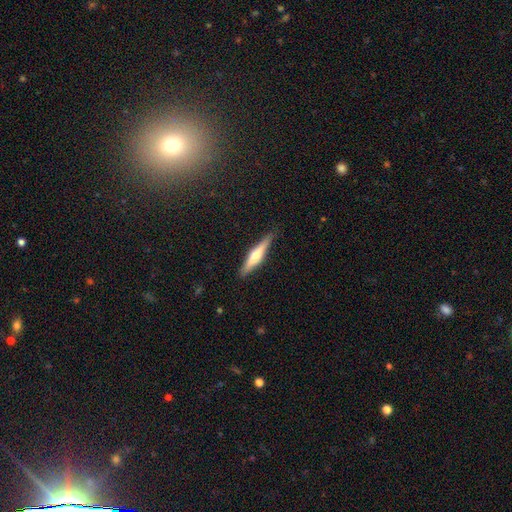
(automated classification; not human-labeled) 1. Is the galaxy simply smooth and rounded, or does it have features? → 57% featured or disk, 38% smooth, 6% star or artifact.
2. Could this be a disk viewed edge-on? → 96% yes, 4% no.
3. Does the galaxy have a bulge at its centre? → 86% rounded, 7% none, 6% boxy.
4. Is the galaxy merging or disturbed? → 88% none, 9% minor disturbance, 2% major disturbance, 1% merger.